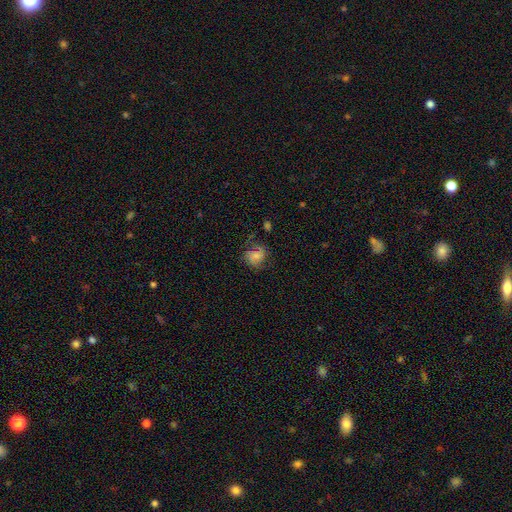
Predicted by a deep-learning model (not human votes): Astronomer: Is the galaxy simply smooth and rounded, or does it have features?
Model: smooth — 48% (runner-up: featured or disk, 42%).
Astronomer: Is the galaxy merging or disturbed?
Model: none — 61%.